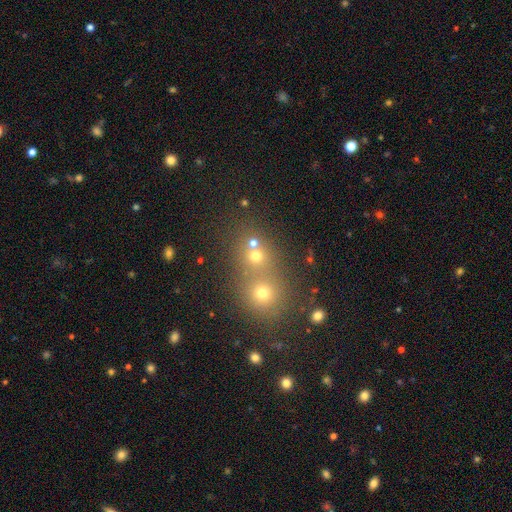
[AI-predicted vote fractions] The model was most divided on "merging": none: 46%, merger: 44%, minor disturbance: 6%, major disturbance: 3%. More confident: how rounded — round (80%); smooth or featured — smooth (65%).